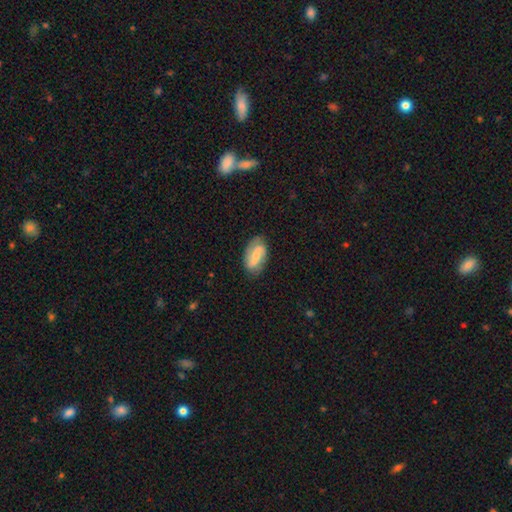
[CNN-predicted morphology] A featured or disk galaxy (62%) with a weak bar (45%), 2 (86%) loose (42%) spiral arms (91%) and a small central bulge (51%). Merging: none (78%).